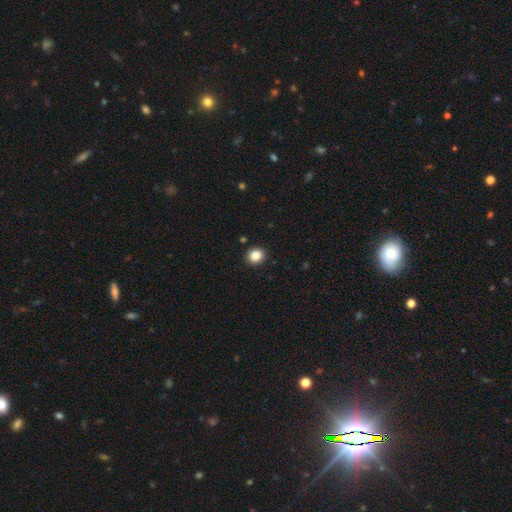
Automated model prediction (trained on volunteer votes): Smooth or featured: smooth — 85% (star or artifact — 10%)
How rounded: round — 76% (in between — 23%)
Merging: none — 91% (minor disturbance — 6%)